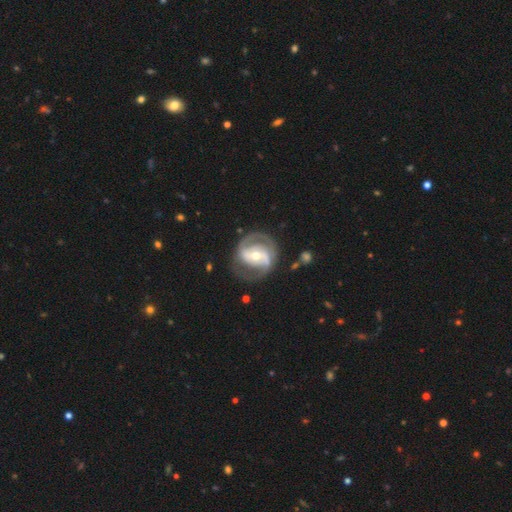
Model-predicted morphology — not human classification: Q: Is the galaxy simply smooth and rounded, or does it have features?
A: featured or disk — 85%.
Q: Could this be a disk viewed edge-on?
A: no — 97%.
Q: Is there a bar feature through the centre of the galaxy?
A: strong — 35%.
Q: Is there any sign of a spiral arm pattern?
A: yes — 91%.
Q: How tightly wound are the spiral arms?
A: medium — 49%.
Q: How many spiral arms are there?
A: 2 — 84%.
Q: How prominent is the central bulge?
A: moderate — 62%.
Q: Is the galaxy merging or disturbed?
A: none — 72%.